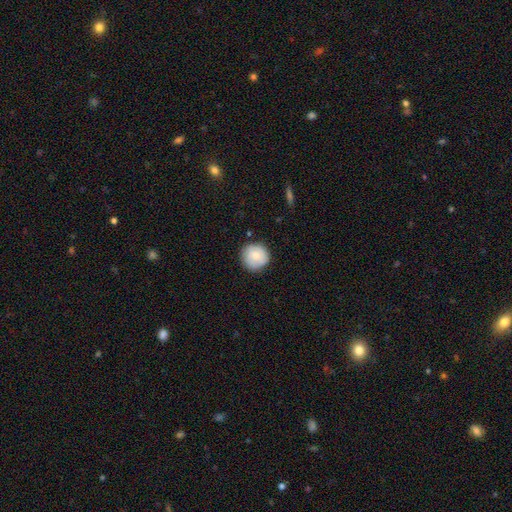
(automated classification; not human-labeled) Morphology: type=smooth (80%); roundness=round (94%); merging=none (85%).